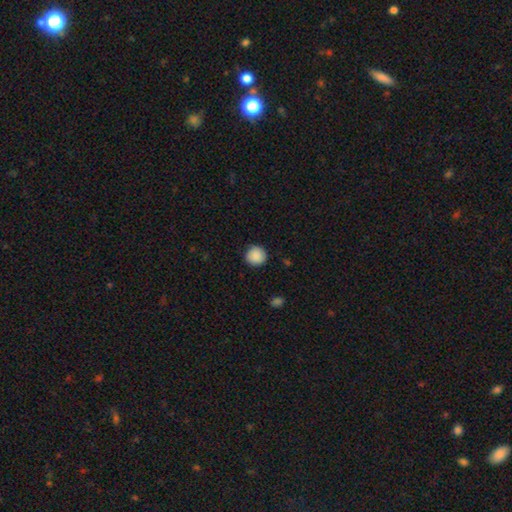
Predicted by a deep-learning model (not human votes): Overall: smooth (89%). How rounded: round (94%). Merging: none (89%).